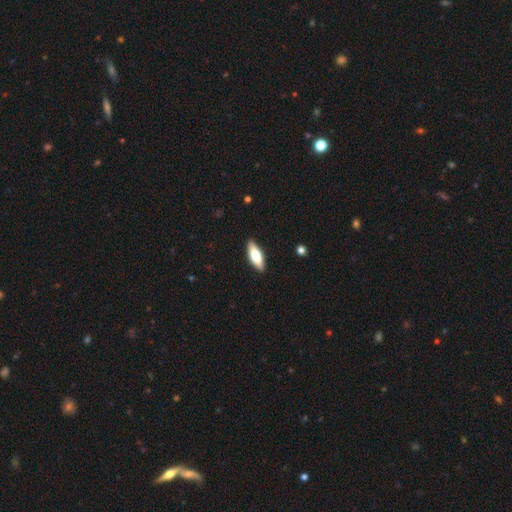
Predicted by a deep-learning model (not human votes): smooth_or_featured: smooth (p=0.63) [alt: featured or disk p=0.31]
how_rounded: in between (p=0.59) [alt: cigar-shaped p=0.39]
merging: none (p=0.89) [alt: minor disturbance p=0.08]